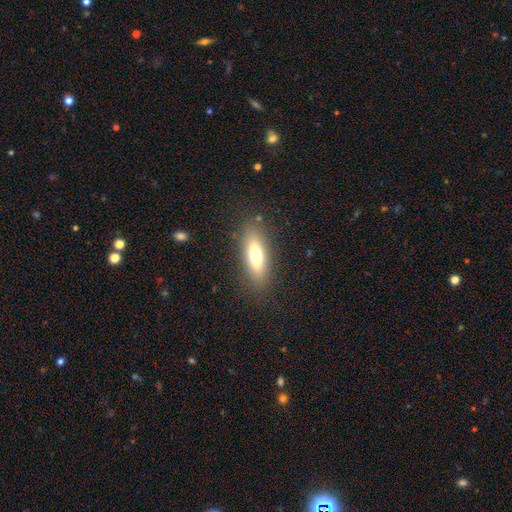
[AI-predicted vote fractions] Morphology: type=smooth (70%); roundness=in between (58%); merging=none (84%).